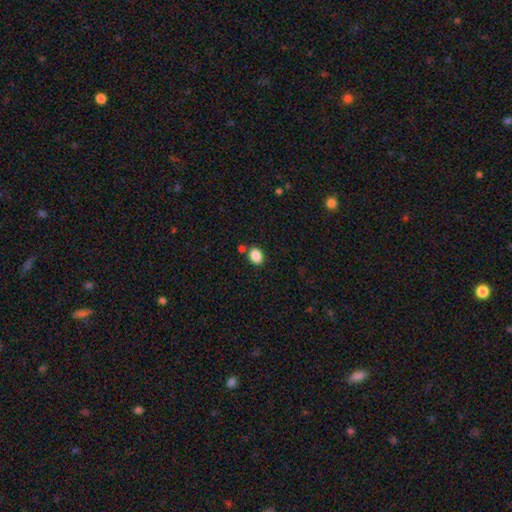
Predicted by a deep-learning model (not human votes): Morphology: type=smooth (87%); roundness=in between (64%); merging=none (80%).